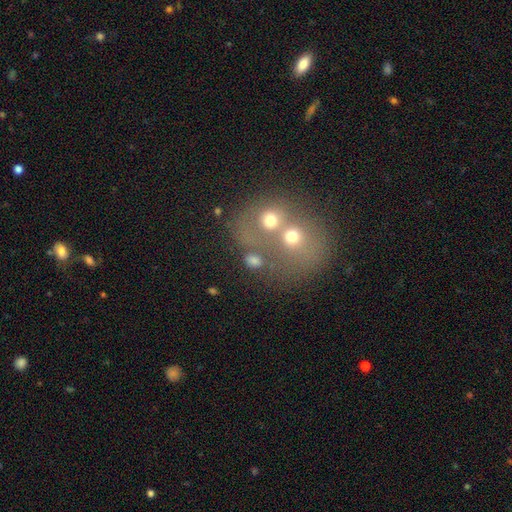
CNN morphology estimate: The model was most divided on "smooth or featured": smooth: 46%, featured or disk: 30%, star or artifact: 24%. More confident: merging — merger (65%).